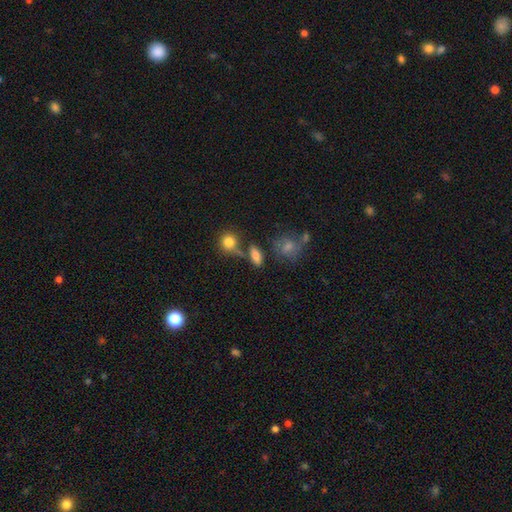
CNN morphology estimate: smooth_or_featured: smooth (p=0.75) [alt: featured or disk p=0.14]
how_rounded: in between (p=0.65) [alt: cigar-shaped p=0.20]
merging: none (p=0.56) [alt: merger p=0.18]